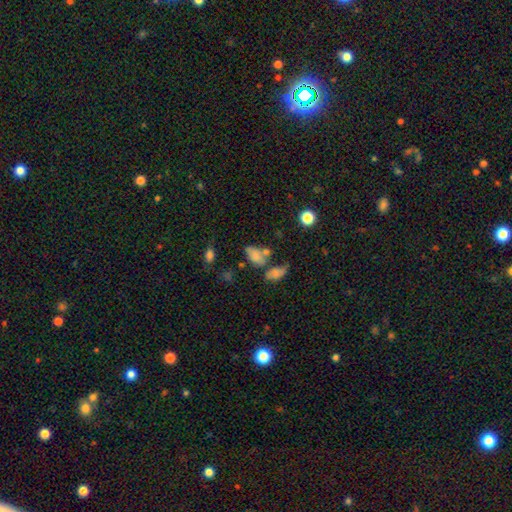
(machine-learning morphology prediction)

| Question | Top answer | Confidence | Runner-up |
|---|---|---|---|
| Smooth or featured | smooth | 69% | featured or disk (17%) |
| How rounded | in between | 86% | round (11%) |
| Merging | merger | 36% | none (33%) |